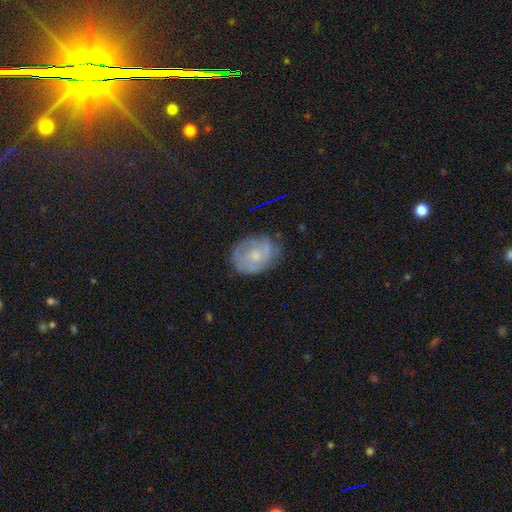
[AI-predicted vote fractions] A featured or disk galaxy (61%) with no bar (76%), spiral arms (74%) and a small central bulge (57%).

Vote fractions:
- Smooth or featured? featured or disk: 61% / smooth: 30% / star or artifact: 8%
- Edge-on disk? no: 97% / yes: 3%
- Bar? no: 76% / weak: 21% / strong: 3%
- Spiral arms? yes: 74% / no: 26%
- Bulge size? small: 57% / moderate: 34% / none: 6% / large: 2% / dominant: 1%
- Merging? none: 67% / minor disturbance: 23% / major disturbance: 8% / merger: 2%